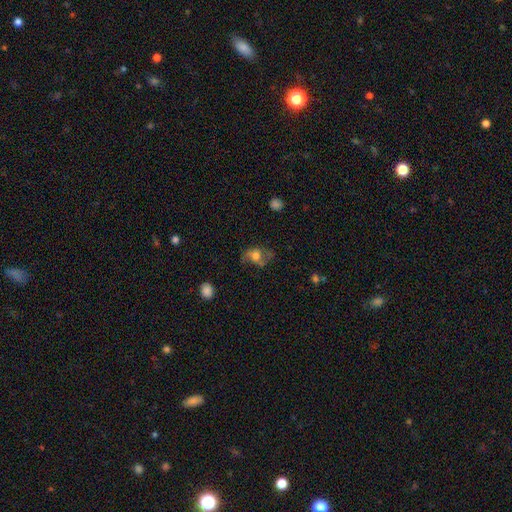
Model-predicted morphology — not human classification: smooth_or_featured: smooth (p=0.47) [alt: featured or disk p=0.43]
merging: none (p=0.54) [alt: minor disturbance p=0.24]